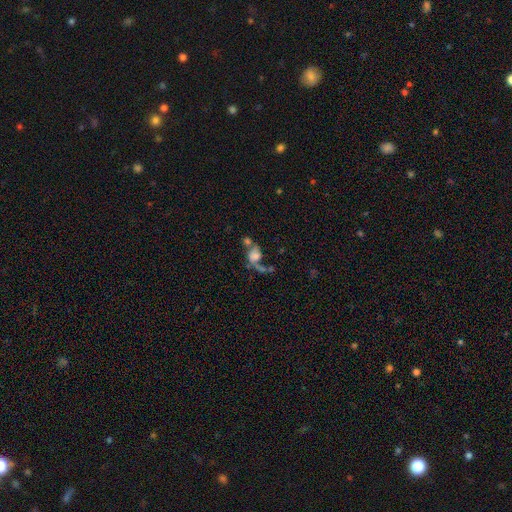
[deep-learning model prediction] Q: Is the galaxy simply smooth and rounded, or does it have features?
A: smooth — 48%.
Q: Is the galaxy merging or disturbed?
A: merger — 42%.